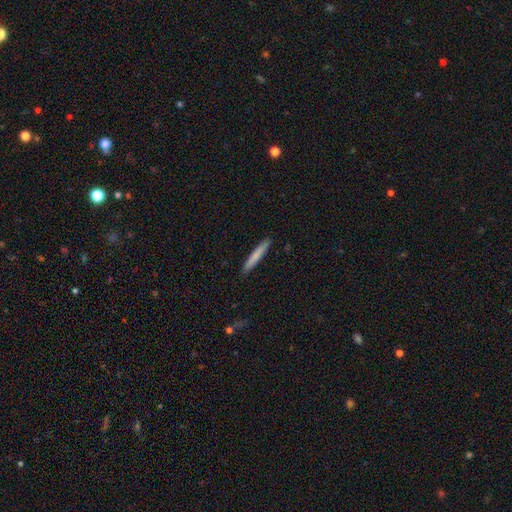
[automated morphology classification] smooth 77%, featured or disk 18%, star or artifact 5%. Down the decision tree: how rounded — cigar-shaped (95%); merging — none (92%).